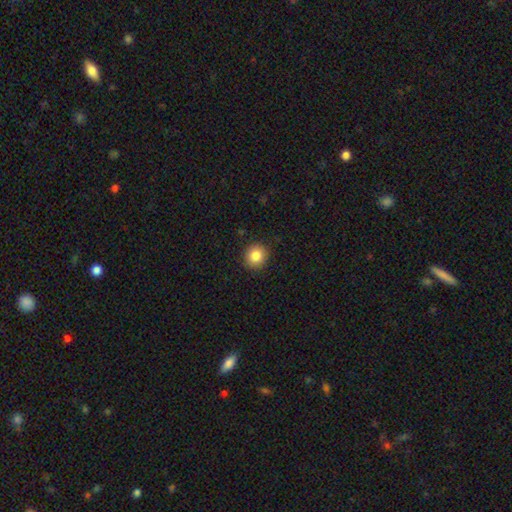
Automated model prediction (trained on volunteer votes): Overall: smooth (85%). How rounded: round (87%). Merging: none (91%).